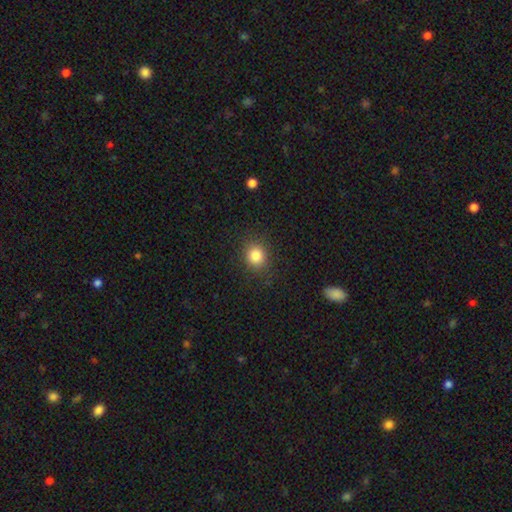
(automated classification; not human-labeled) Overall: smooth (83%). How rounded: round (79%). Merging: none (87%).